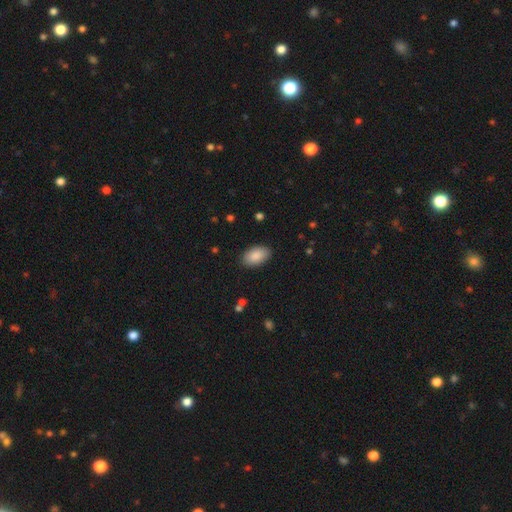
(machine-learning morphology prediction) Smooth or featured? smooth (88%)
How rounded? in between (94%)
Merging? none (88%)